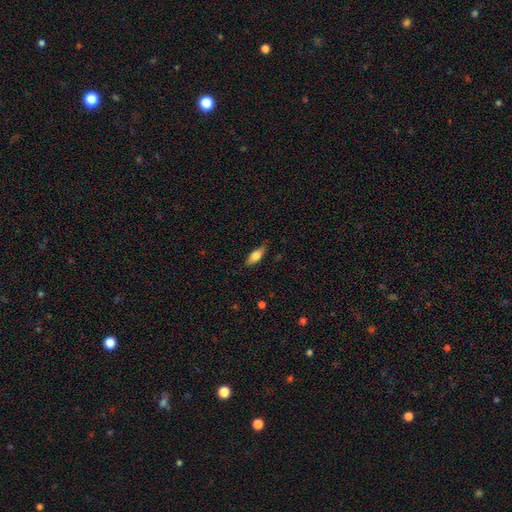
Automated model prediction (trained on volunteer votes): Overall: smooth (68%). How rounded: in between (69%). Merging: none (80%).